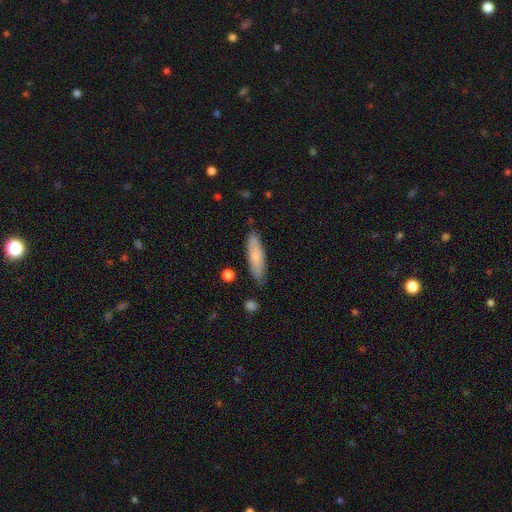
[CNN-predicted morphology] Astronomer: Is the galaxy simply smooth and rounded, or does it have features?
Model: smooth — 75%.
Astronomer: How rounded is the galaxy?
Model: cigar-shaped — 61% (runner-up: in between, 37%).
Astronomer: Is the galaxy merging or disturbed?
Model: none — 81%.